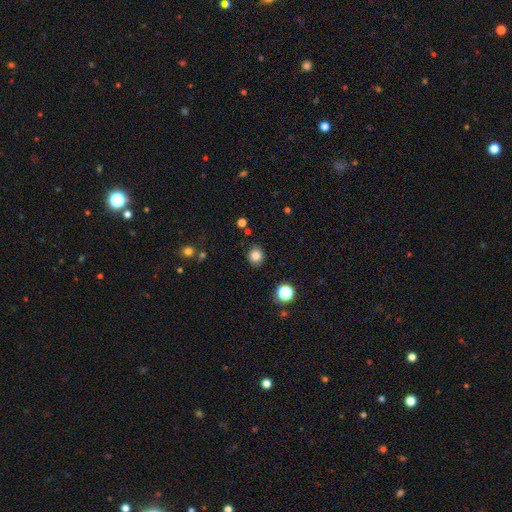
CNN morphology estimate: type=smooth (82%); roundness=round (85%); merging=none (87%).